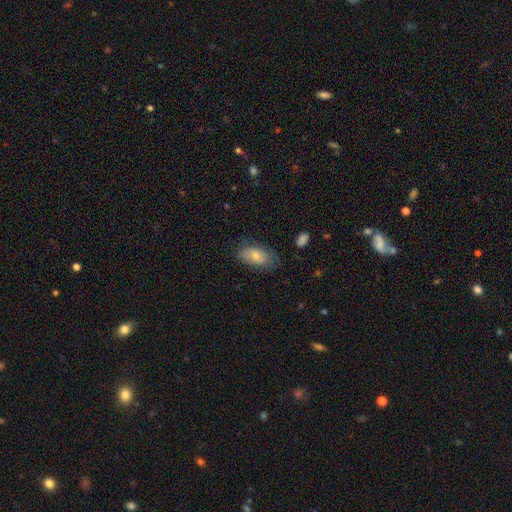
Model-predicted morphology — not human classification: type=smooth (68%); roundness=in between (90%); merging=none (71%).